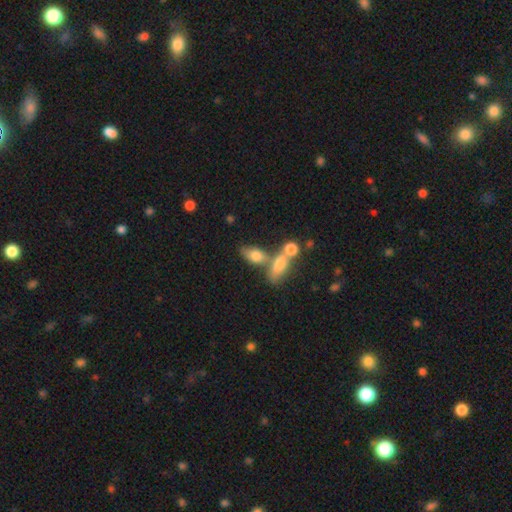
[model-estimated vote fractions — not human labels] This is likely a smooth galaxy (73%). How rounded: likely in between (79%). Merging: possibly merger (46%).